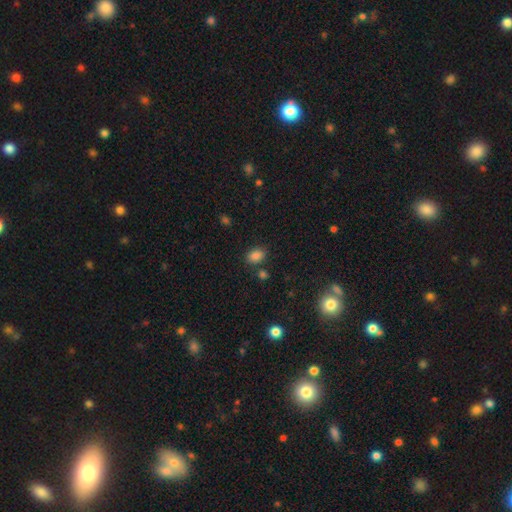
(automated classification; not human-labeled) smooth-or-featured: smooth: 83% | star or artifact: 12% | featured or disk: 5%
  how-rounded: in between: 72% | round: 26% | cigar-shaped: 1%
  merging: none: 78% | minor disturbance: 12% | merger: 6% | major disturbance: 4%